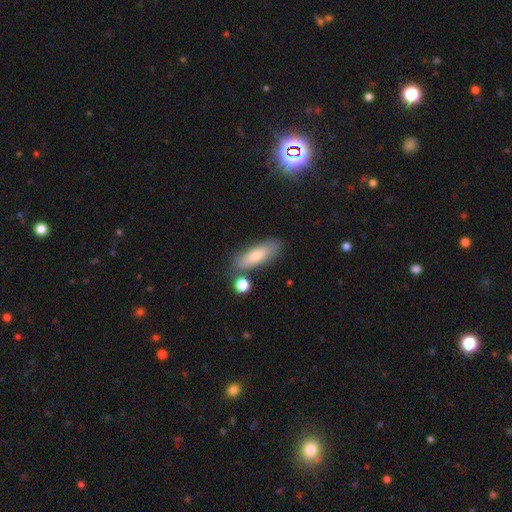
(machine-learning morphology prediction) Q: Smooth or featured?
A: smooth (71%); runner-up: featured or disk (21%)
Q: How rounded?
A: in between (57%); runner-up: cigar-shaped (40%)
Q: Merging?
A: none (75%); runner-up: minor disturbance (15%)